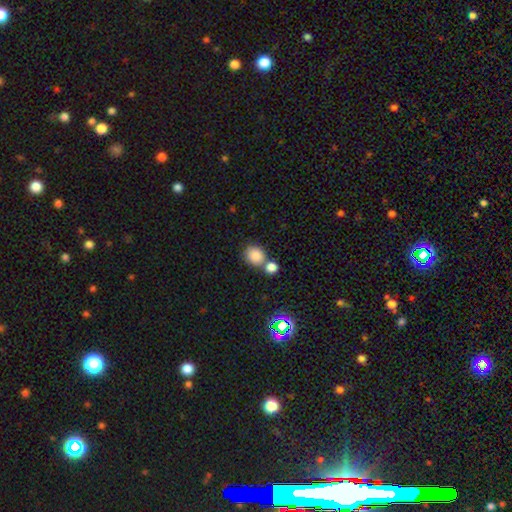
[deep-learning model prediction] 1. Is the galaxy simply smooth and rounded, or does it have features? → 83% smooth, 11% star or artifact, 5% featured or disk.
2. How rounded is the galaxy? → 78% round, 21% in between, 1% cigar-shaped.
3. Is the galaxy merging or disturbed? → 55% none, 33% merger, 9% minor disturbance, 3% major disturbance.